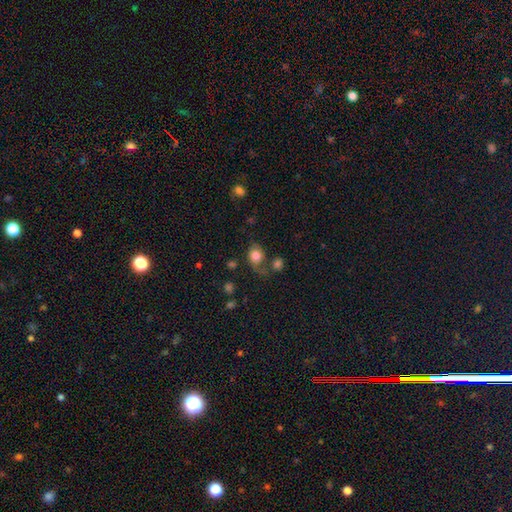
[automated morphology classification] Smooth or featured?
  - smooth: 77% *
  - featured or disk: 13%
  - star or artifact: 10%
How rounded?
  - round: 59% *
  - in between: 39%
  - cigar-shaped: 1%
Merging?
  - none: 49% *
  - minor disturbance: 22%
  - major disturbance: 15%
  - merger: 14%